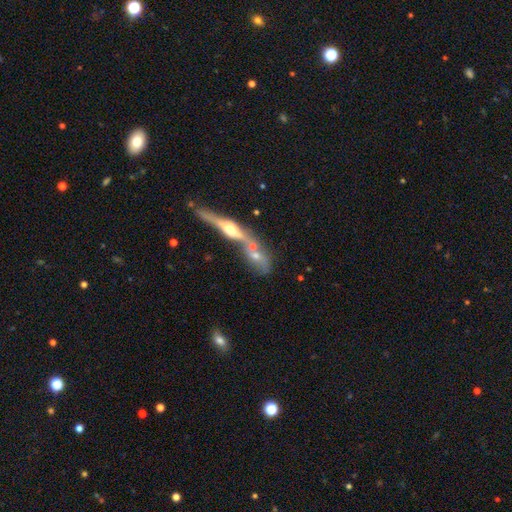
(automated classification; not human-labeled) Smooth or featured? featured or disk (59%)
Edge-on disk? yes (79%)
Merging? merger (48%)